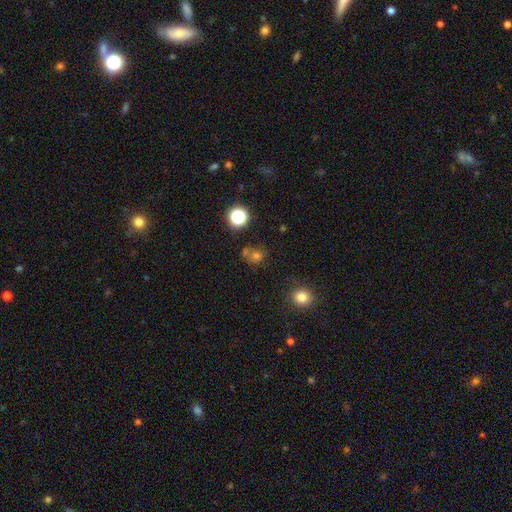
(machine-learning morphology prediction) A smooth galaxy with no disk features (63%) that is round (82%).

Vote fractions:
- Smooth or featured? smooth: 63% / star or artifact: 27% / featured or disk: 10%
- How rounded? round: 82% / in between: 16% / cigar-shaped: 1%
- Merging? none: 62% / merger: 20% / minor disturbance: 12% / major disturbance: 5%